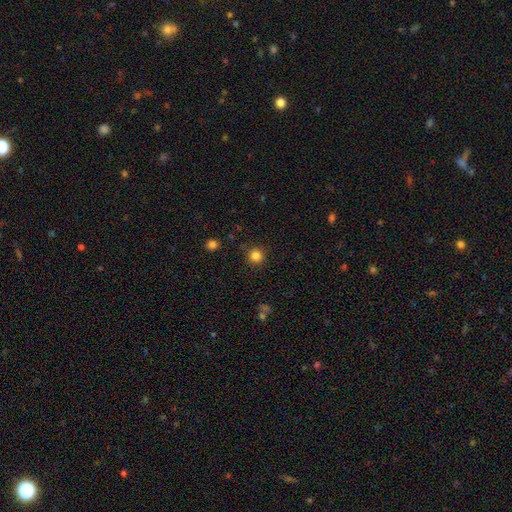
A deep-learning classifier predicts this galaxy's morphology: smooth-or-featured: smooth: 83% | star or artifact: 13% | featured or disk: 4%
  how-rounded: round: 94% | in between: 5% | cigar-shaped: 1%
  merging: none: 90% | minor disturbance: 6% | major disturbance: 2% | merger: 2%